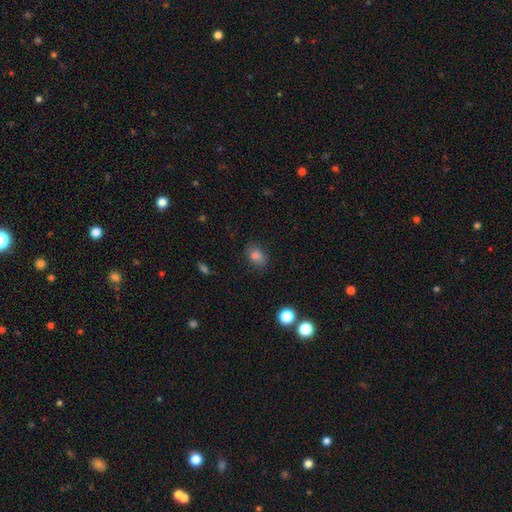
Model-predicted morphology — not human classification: Smooth or featured? smooth (79%)
How rounded? in between (76%)
Merging? none (81%)